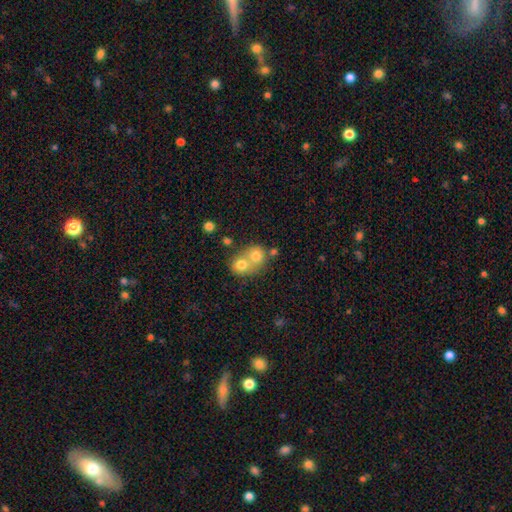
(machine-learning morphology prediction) Q: Smooth or featured?
A: smooth (73%); runner-up: featured or disk (16%)
Q: How rounded?
A: round (75%); runner-up: in between (24%)
Q: Merging?
A: merger (65%); runner-up: none (27%)